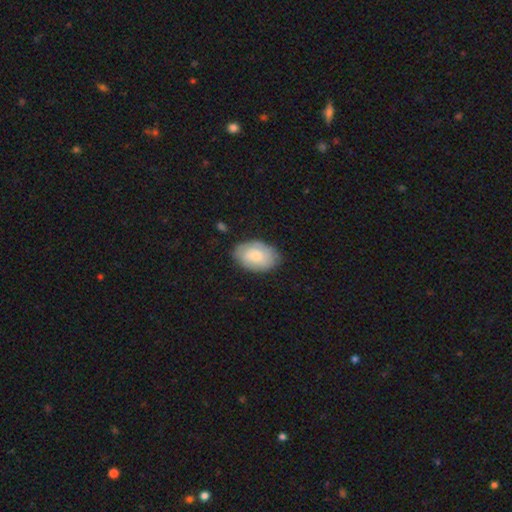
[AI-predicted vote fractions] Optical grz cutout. It shows a smooth galaxy with no disk features (68%) that is in between round and cigar-shaped (88%). Merging: none (77%).